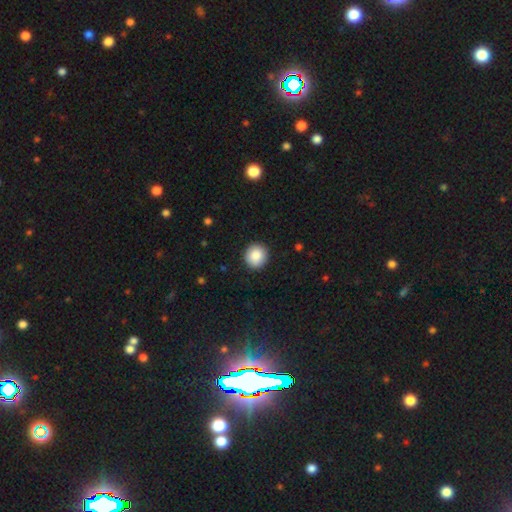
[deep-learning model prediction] Morphology: type=smooth (87%); roundness=round (92%); merging=none (92%).